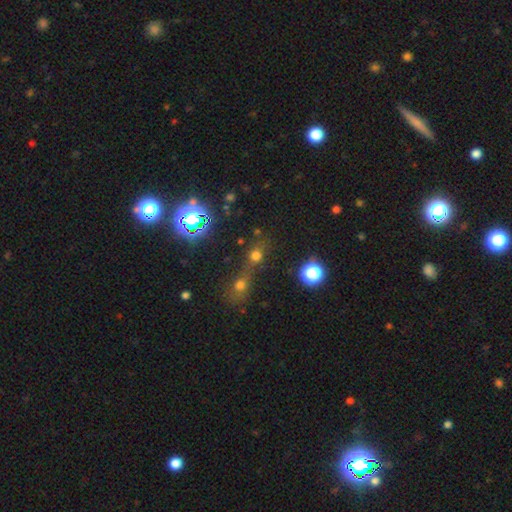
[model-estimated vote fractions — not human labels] smooth 59%, star or artifact 30%, featured or disk 10%. Down the decision tree: how rounded — round (80%); merging — none (42%).